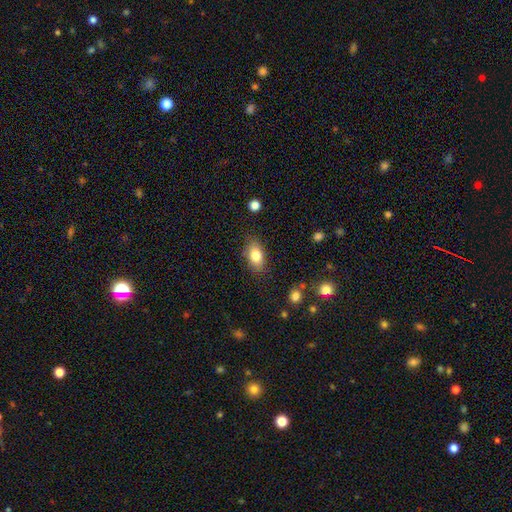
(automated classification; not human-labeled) Smooth or featured?
  - smooth: 82% *
  - featured or disk: 10%
  - star or artifact: 8%
How rounded?
  - in between: 88% *
  - round: 8%
  - cigar-shaped: 4%
Merging?
  - none: 82% *
  - minor disturbance: 13%
  - major disturbance: 3%
  - merger: 2%